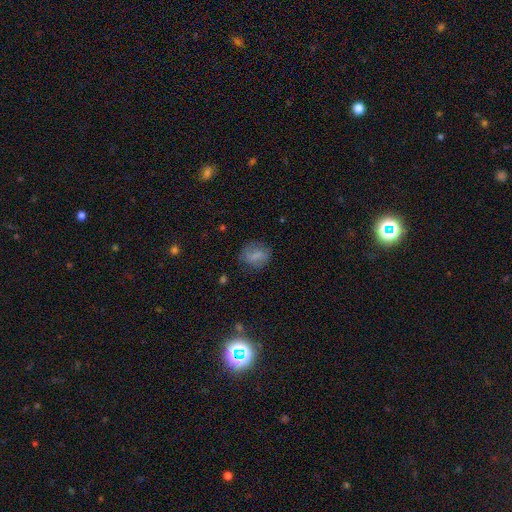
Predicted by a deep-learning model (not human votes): Smooth or featured: smooth — 72% (featured or disk — 19%)
How rounded: round — 54% (in between — 44%)
Merging: none — 75% (minor disturbance — 17%)